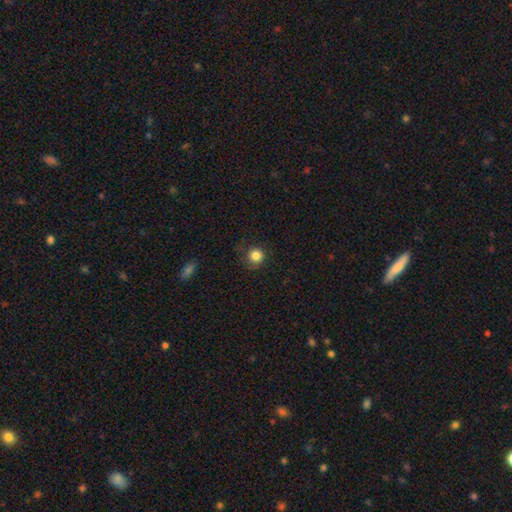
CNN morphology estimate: Q: Smooth or featured?
A: smooth (84%); runner-up: star or artifact (11%)
Q: How rounded?
A: round (93%); runner-up: in between (6%)
Q: Merging?
A: none (78%); runner-up: minor disturbance (15%)